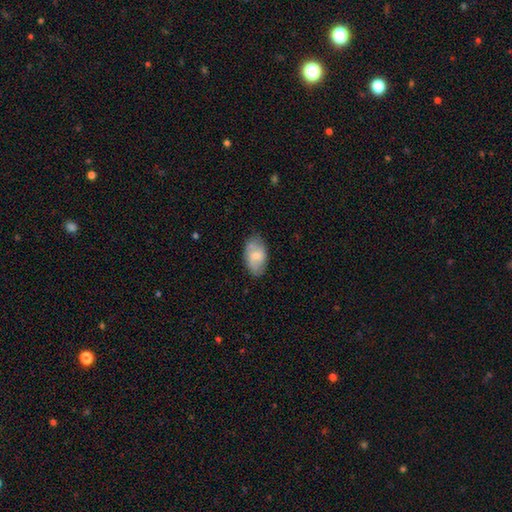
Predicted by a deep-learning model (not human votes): Q: Smooth or featured?
A: smooth (62%); runner-up: featured or disk (32%)
Q: How rounded?
A: in between (93%); runner-up: round (6%)
Q: Merging?
A: none (76%); runner-up: minor disturbance (19%)